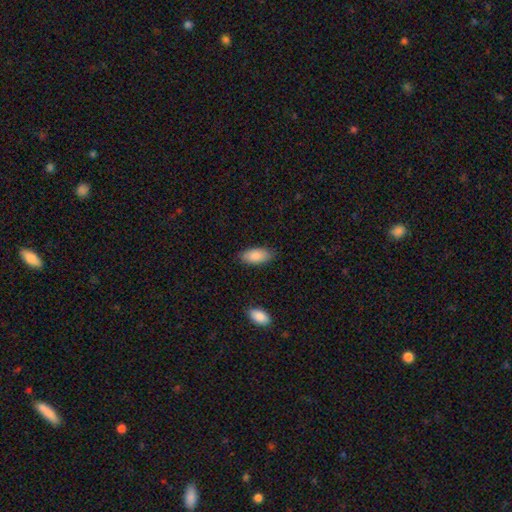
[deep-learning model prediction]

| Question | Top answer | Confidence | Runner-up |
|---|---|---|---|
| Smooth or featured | smooth | 88% | featured or disk (7%) |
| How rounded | in between | 90% | cigar-shaped (8%) |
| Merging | none | 85% | minor disturbance (11%) |